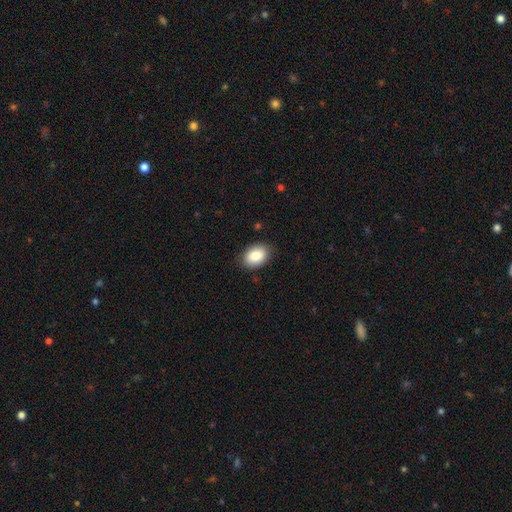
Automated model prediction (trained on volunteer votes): Overall: smooth (85%). How rounded: in between (83%). Merging: none (86%).